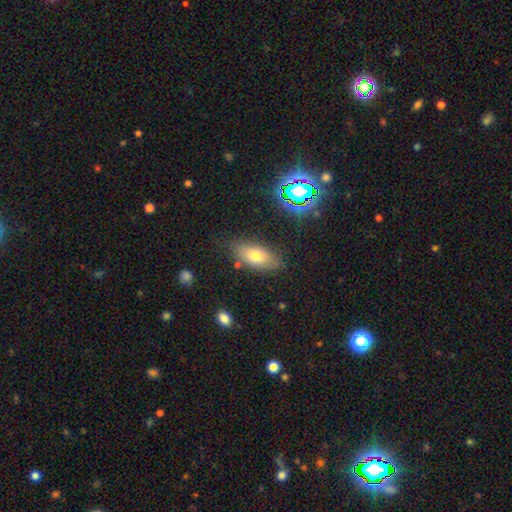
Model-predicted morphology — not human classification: The model was most divided on "smooth or featured": smooth: 72%, featured or disk: 18%, star or artifact: 11%. More confident: how rounded — in between (88%); merging — none (79%).